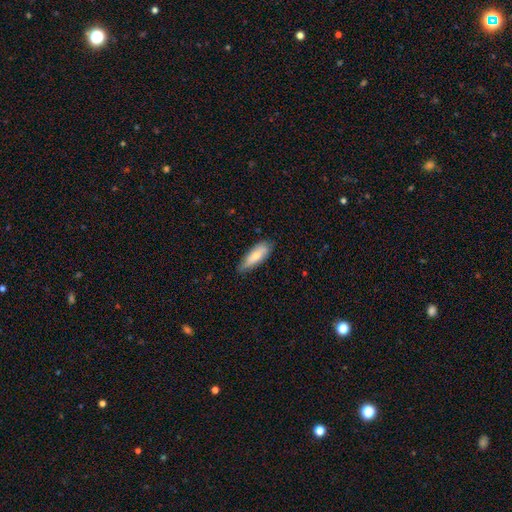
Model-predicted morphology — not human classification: This is likely a smooth galaxy (71%). How rounded: likely in between (63%). Merging: likely none (75%).